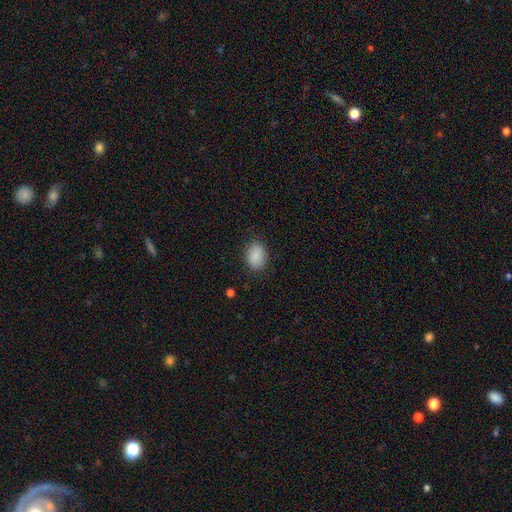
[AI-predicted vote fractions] A smooth galaxy with no disk features (88%) that is in between round and cigar-shaped (75%).

Vote fractions:
- Smooth or featured? smooth: 88% / star or artifact: 7% / featured or disk: 4%
- How rounded? in between: 75% / round: 24% / cigar-shaped: 1%
- Merging? none: 85% / minor disturbance: 11% / major disturbance: 3% / merger: 1%